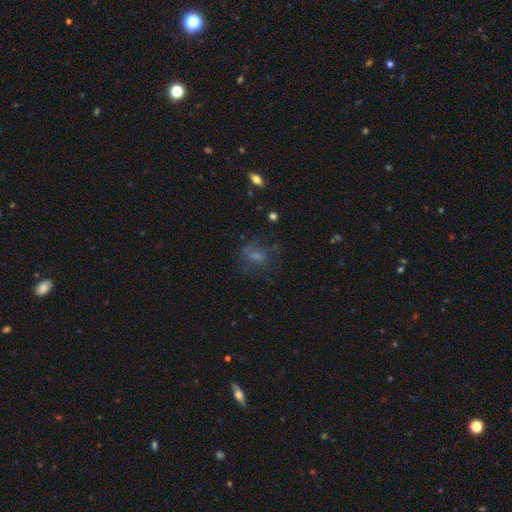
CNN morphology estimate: This is possibly a smooth galaxy (55%). How rounded: possibly in between (55%). Merging: possibly none (52%).